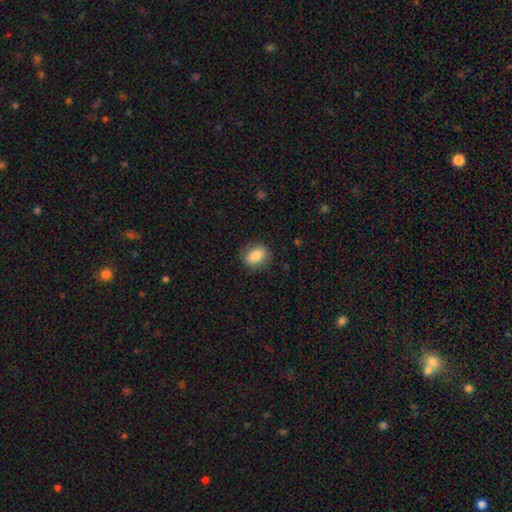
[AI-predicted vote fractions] This appears to be a smooth galaxy with no disk features (83%) that is in between round and cigar-shaped (57%). Merging: none (85%).